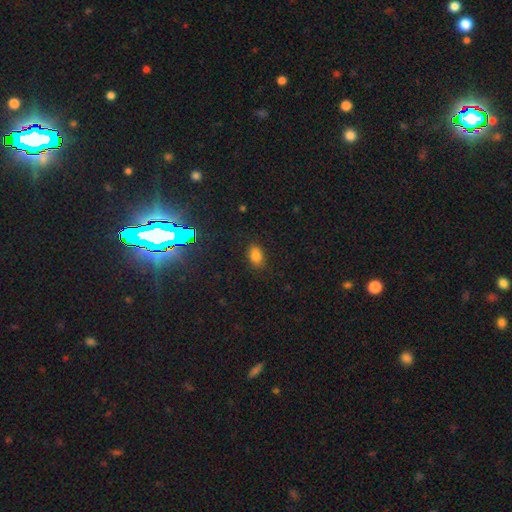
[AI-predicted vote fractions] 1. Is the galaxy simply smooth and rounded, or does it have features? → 78% smooth, 16% star or artifact, 7% featured or disk.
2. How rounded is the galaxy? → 84% in between, 15% round, 2% cigar-shaped.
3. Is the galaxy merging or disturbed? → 83% none, 12% minor disturbance, 3% major disturbance, 1% merger.